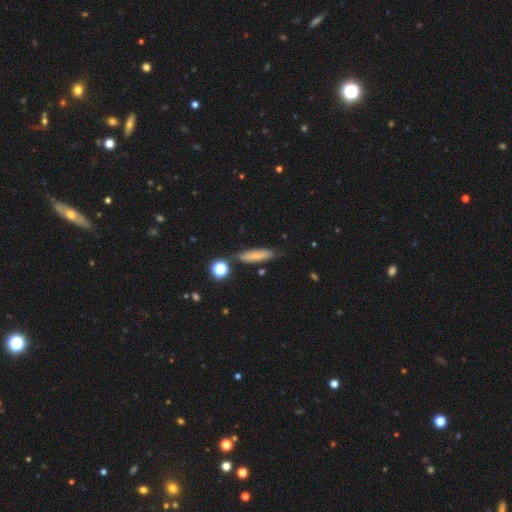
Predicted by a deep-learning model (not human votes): This appears to be a smooth galaxy with no disk features (70%) that is cigar-shaped (70%). Merging: none (75%).